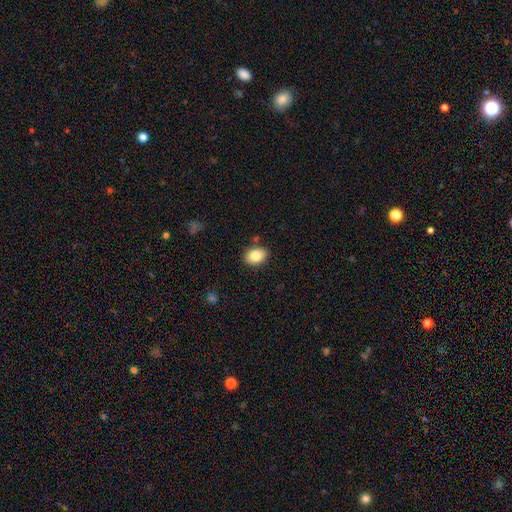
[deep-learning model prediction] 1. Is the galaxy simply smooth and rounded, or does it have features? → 84% smooth, 8% featured or disk, 8% star or artifact.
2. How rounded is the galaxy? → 70% in between, 29% round, 1% cigar-shaped.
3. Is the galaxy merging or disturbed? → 85% none, 10% minor disturbance, 3% merger, 2% major disturbance.